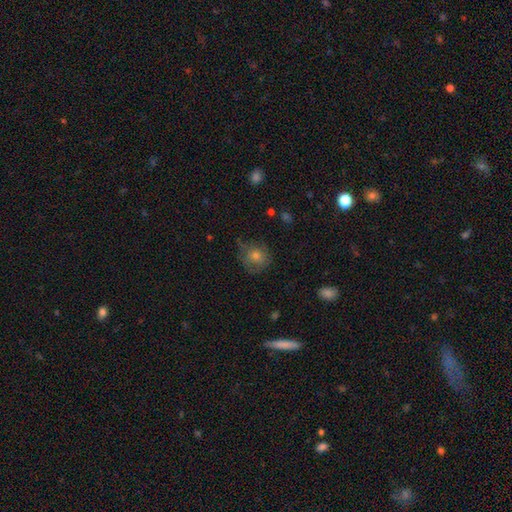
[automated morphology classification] Smooth or featured? Predicted: smooth (p=0.57). How rounded? Predicted: round (p=0.82). Merging? Predicted: none (p=0.65).